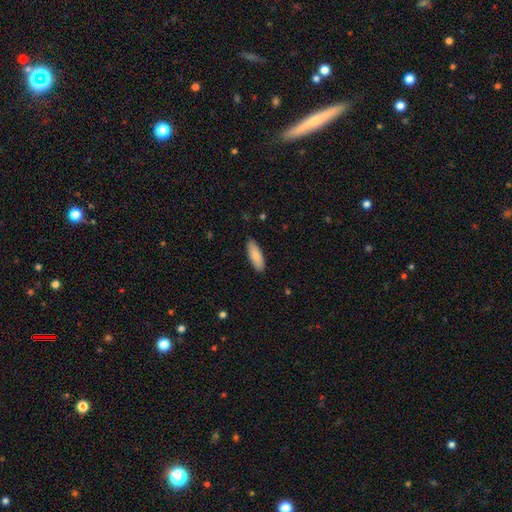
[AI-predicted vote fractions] Smooth or featured? Predicted: smooth (p=0.86). How rounded? Predicted: in between (p=0.64). Merging? Predicted: none (p=0.89).